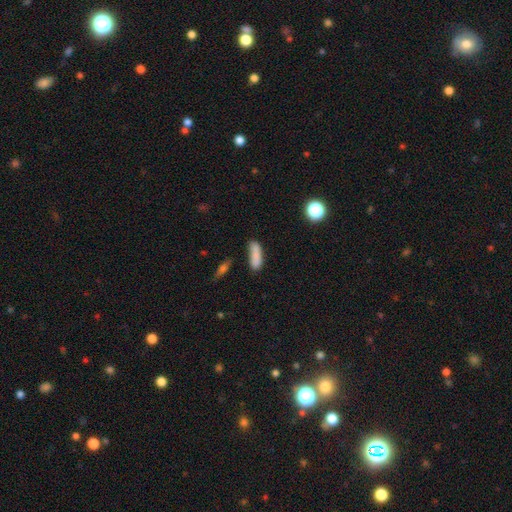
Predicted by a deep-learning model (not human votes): A smooth galaxy with no disk features (84%) that is in between round and cigar-shaped (51%). Merging: none (68%).